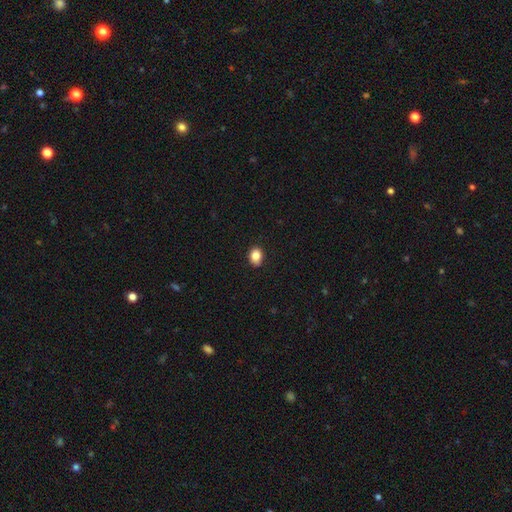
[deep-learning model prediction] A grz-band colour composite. It shows a smooth galaxy with no disk features (84%) that is in between round and cigar-shaped (59%). Merging: none (81%).